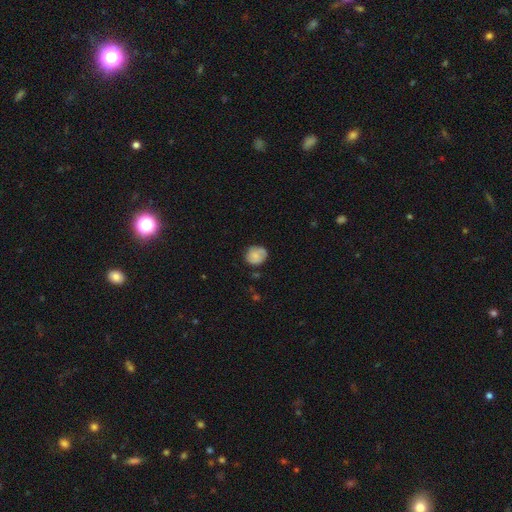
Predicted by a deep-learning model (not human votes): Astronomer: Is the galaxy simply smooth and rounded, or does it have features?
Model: smooth — 64%.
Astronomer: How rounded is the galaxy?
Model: round — 68%.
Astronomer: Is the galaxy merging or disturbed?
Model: none — 73%.